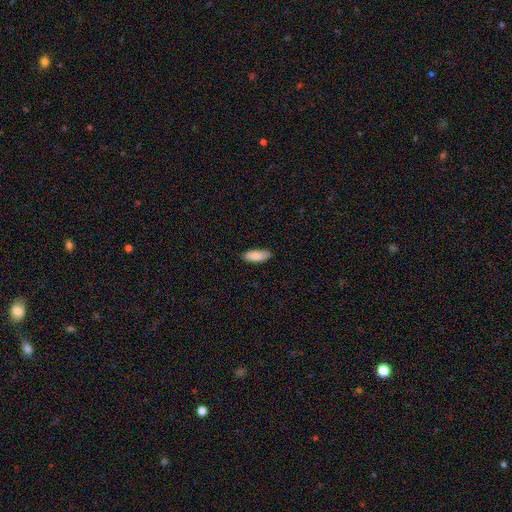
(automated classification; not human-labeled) Smooth or featured?
  - smooth: 89% *
  - star or artifact: 6%
  - featured or disk: 5%
How rounded?
  - in between: 74% *
  - cigar-shaped: 24%
  - round: 2%
Merging?
  - none: 85% *
  - minor disturbance: 12%
  - major disturbance: 2%
  - merger: 1%